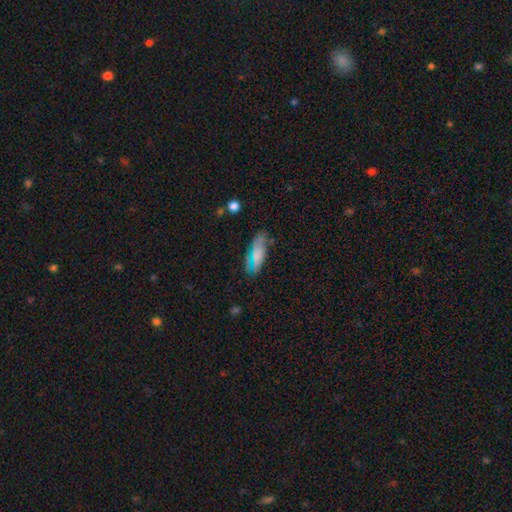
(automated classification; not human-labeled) smooth-or-featured: smooth: 68% | featured or disk: 20% | star or artifact: 12%
  how-rounded: in between: 68% | cigar-shaped: 29% | round: 3%
  merging: none: 68% | minor disturbance: 22% | major disturbance: 6% | merger: 3%